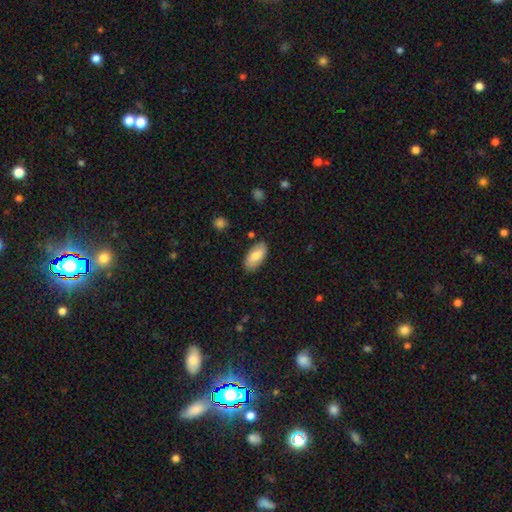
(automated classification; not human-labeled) A smooth galaxy with no disk features (77%) that is in between round and cigar-shaped (92%).

Vote fractions:
- Smooth or featured? smooth: 77% / featured or disk: 17% / star or artifact: 6%
- How rounded? in between: 92% / cigar-shaped: 6% / round: 2%
- Merging? none: 85% / minor disturbance: 12% / major disturbance: 2% / merger: 2%